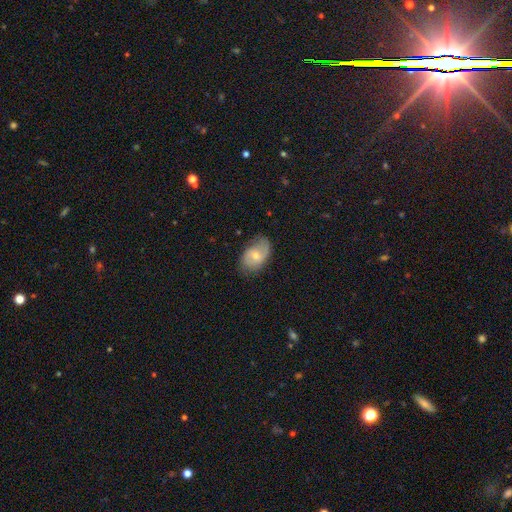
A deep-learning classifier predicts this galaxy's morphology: Smooth or featured: featured or disk — 50% (smooth — 43%)
Merging: none — 67% (minor disturbance — 24%)